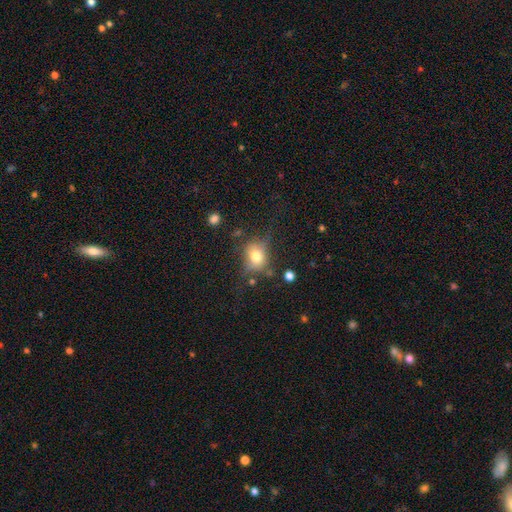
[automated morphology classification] Q: Smooth or featured?
A: smooth (71%); runner-up: featured or disk (17%)
Q: How rounded?
A: round (59%); runner-up: in between (39%)
Q: Merging?
A: none (63%); runner-up: minor disturbance (23%)